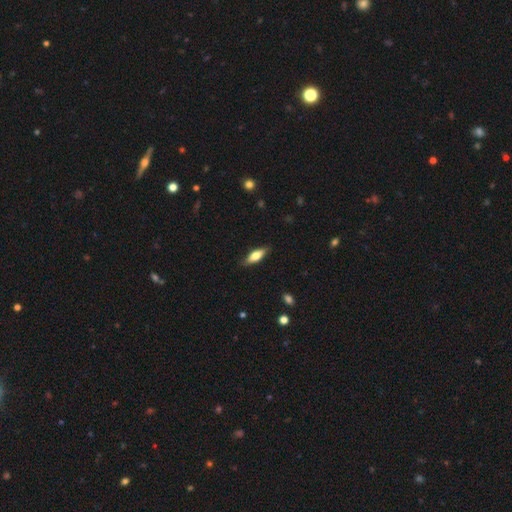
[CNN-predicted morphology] Overall: smooth (64%; featured or disk 30%). How rounded: in between (58%; cigar-shaped 40%). Merging: none (84%).